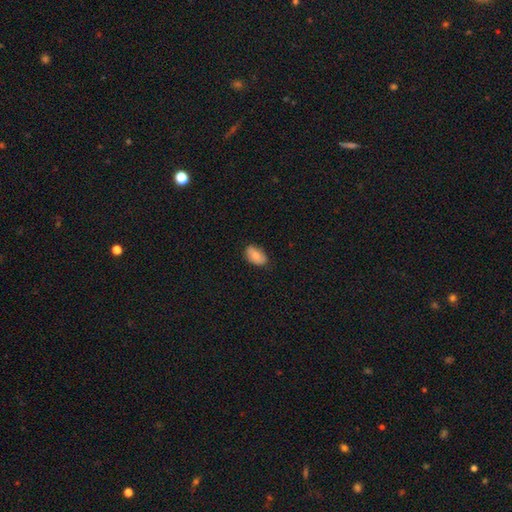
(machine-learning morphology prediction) Overall: smooth (77%). How rounded: in between (91%). Merging: none (82%).